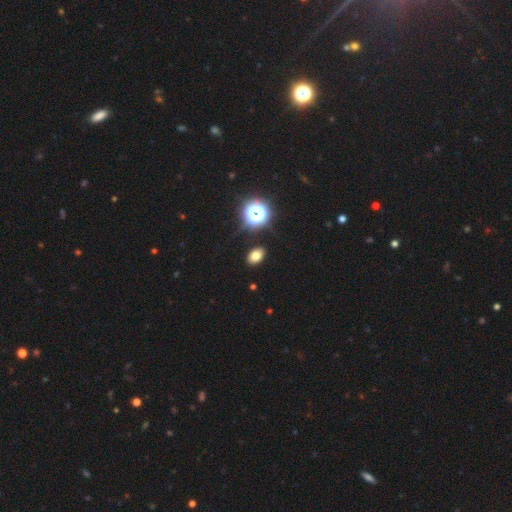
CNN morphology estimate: smooth 76%, star or artifact 17%, featured or disk 8%. Down the decision tree: how rounded — in between (82%); merging — none (88%).